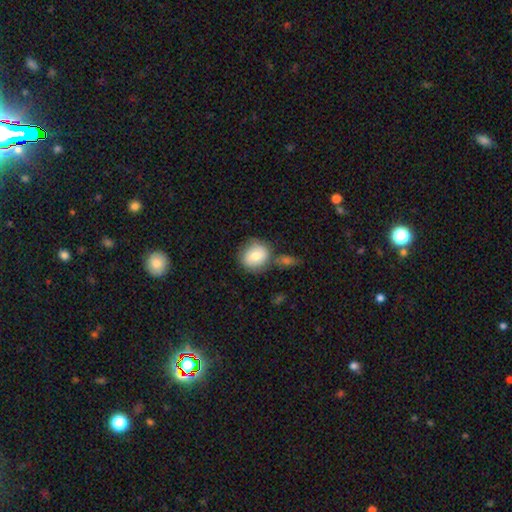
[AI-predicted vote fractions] The model was most divided on "merging": none: 61%, merger: 17%, minor disturbance: 16%, major disturbance: 6%. More confident: smooth or featured — smooth (77%); how rounded — round (76%).